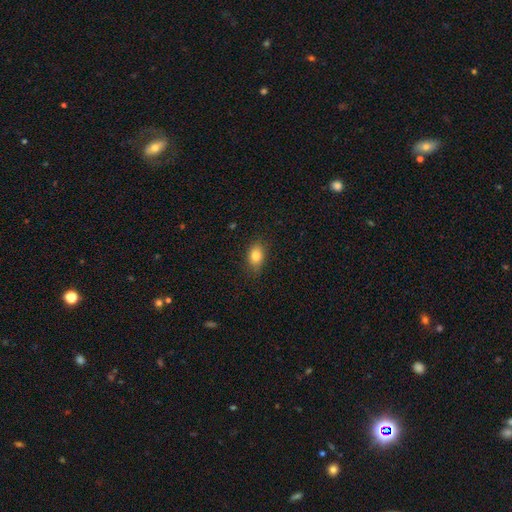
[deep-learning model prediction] Smooth or featured: smooth — 82% (star or artifact — 9%)
How rounded: in between — 81% (round — 17%)
Merging: none — 83% (minor disturbance — 13%)